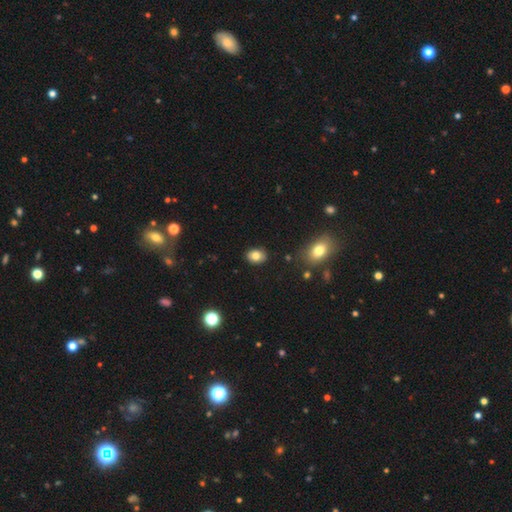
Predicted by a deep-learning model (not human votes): A smooth galaxy with no disk features (81%) that is in between round and cigar-shaped (70%). Merging: none (88%).